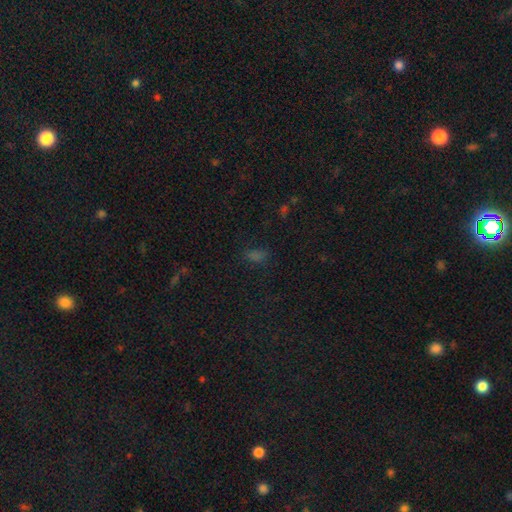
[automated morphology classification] Q: Smooth or featured?
A: smooth (59%); runner-up: star or artifact (34%)
Q: How rounded?
A: in between (82%); runner-up: round (12%)
Q: Merging?
A: none (73%); runner-up: minor disturbance (17%)